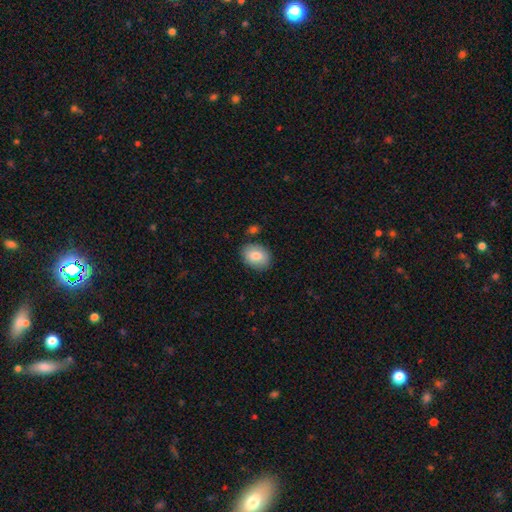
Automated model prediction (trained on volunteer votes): Smooth or featured?
  - smooth: 82% *
  - featured or disk: 11%
  - star or artifact: 7%
How rounded?
  - in between: 65% *
  - round: 33%
  - cigar-shaped: 1%
Merging?
  - none: 81% *
  - minor disturbance: 12%
  - merger: 3%
  - major disturbance: 3%